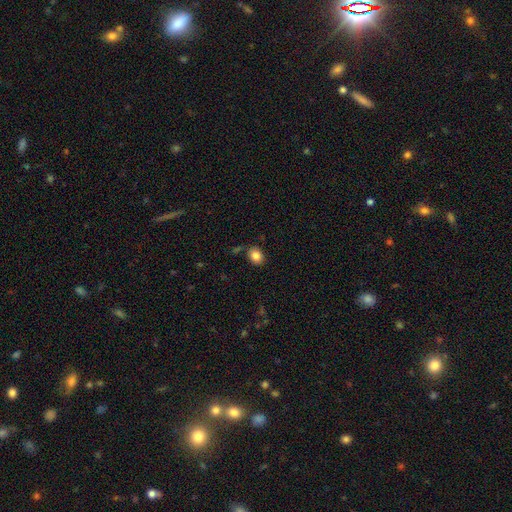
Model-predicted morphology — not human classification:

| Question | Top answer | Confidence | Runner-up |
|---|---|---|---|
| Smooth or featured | smooth | 85% | star or artifact (9%) |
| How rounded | in between | 57% | round (42%) |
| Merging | none | 81% | minor disturbance (12%) |